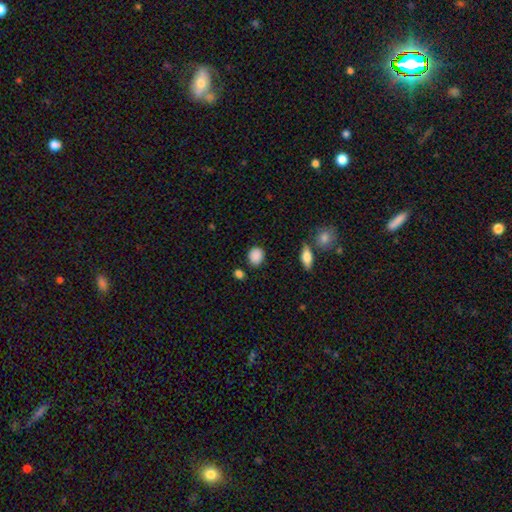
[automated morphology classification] A smooth galaxy with no disk features (88%) that is round (66%).

Vote fractions:
- Smooth or featured? smooth: 88% / star or artifact: 8% / featured or disk: 4%
- How rounded? round: 66% / in between: 33% / cigar-shaped: 1%
- Merging? none: 83% / minor disturbance: 11% / merger: 3% / major disturbance: 3%